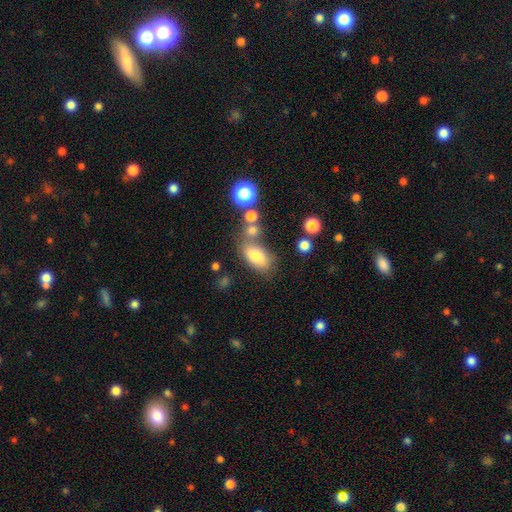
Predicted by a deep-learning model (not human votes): Smooth or featured?
  - smooth: 78% *
  - featured or disk: 12%
  - star or artifact: 10%
How rounded?
  - in between: 87% *
  - round: 8%
  - cigar-shaped: 5%
Merging?
  - none: 57% *
  - merger: 20%
  - minor disturbance: 16%
  - major disturbance: 7%